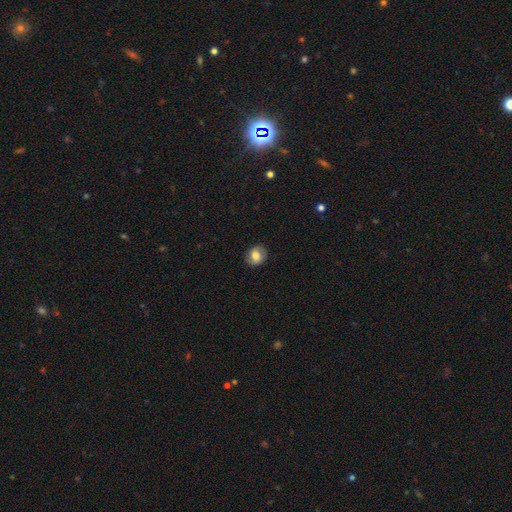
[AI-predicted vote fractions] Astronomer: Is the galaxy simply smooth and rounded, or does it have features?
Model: smooth — 65%.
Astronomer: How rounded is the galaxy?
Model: round — 64%.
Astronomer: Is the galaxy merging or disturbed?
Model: none — 83%.